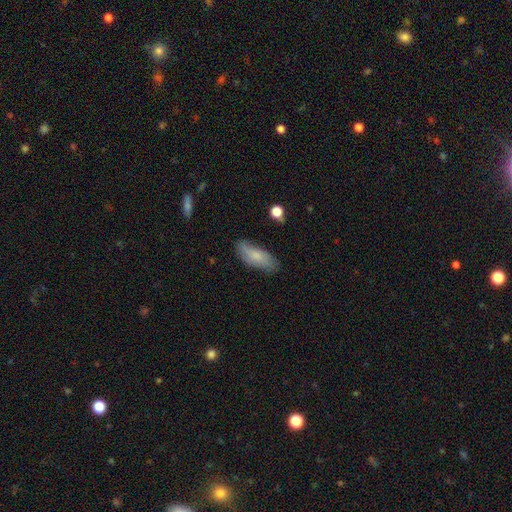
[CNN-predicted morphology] Q: Smooth or featured?
A: smooth (75%); runner-up: featured or disk (18%)
Q: How rounded?
A: in between (72%); runner-up: cigar-shaped (26%)
Q: Merging?
A: none (75%); runner-up: minor disturbance (20%)